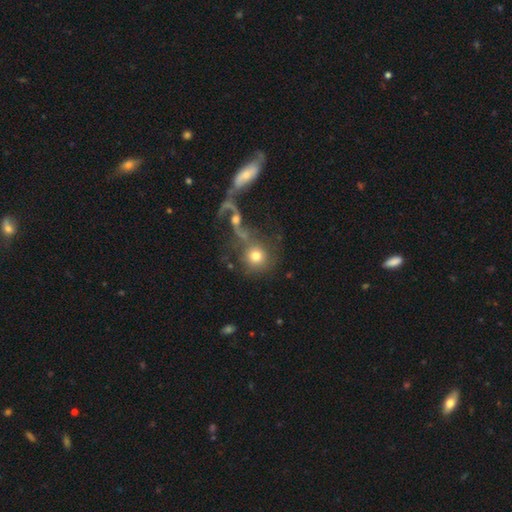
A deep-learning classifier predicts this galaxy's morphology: type=smooth (68%); roundness=round (91%); merging=none (51%).